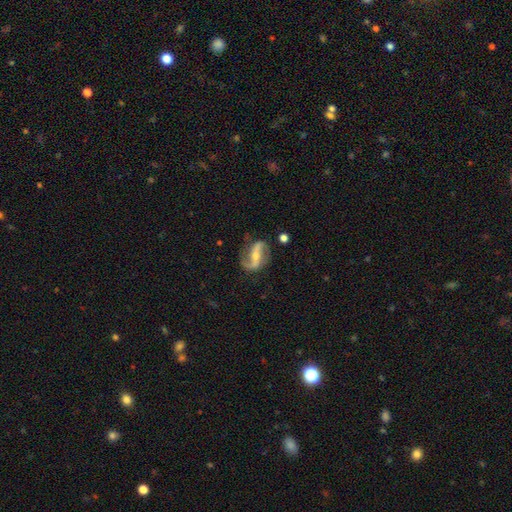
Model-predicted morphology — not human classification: featured or disk 88%, smooth 7%, star or artifact 5%. Down the decision tree: edge-on disk — no (96%); bar — strong (55%); spiral arms — yes (95%); spiral arm count — 2 (92%); spiral winding — loose (60%); bulge size — small (53%); merging — none (78%).